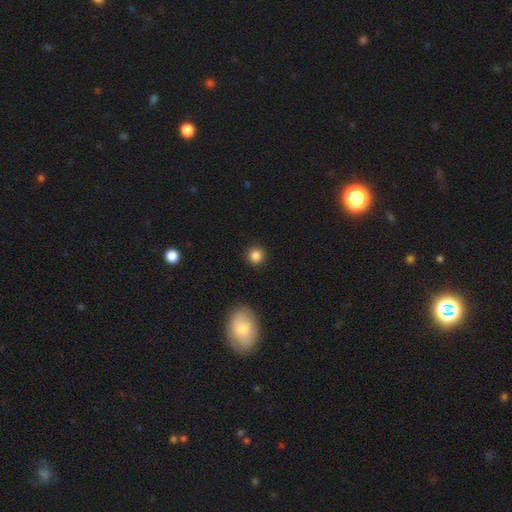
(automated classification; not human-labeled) Smooth or featured? Predicted: smooth (p=0.85). How rounded? Predicted: round (p=0.94). Merging? Predicted: none (p=0.92).